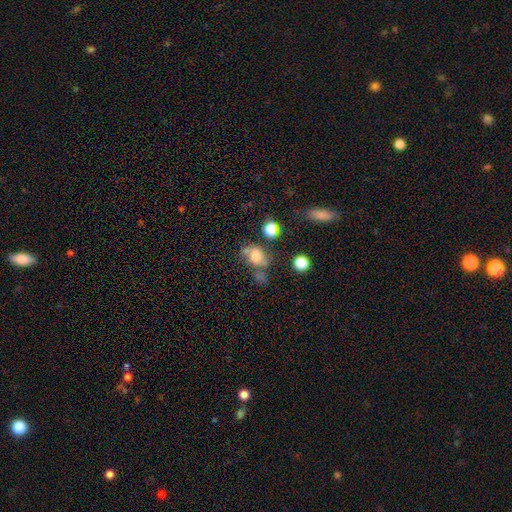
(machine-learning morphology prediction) Q: Smooth or featured?
A: smooth (59%); runner-up: featured or disk (24%)
Q: How rounded?
A: in between (59%); runner-up: round (39%)
Q: Merging?
A: none (38%); runner-up: minor disturbance (23%)